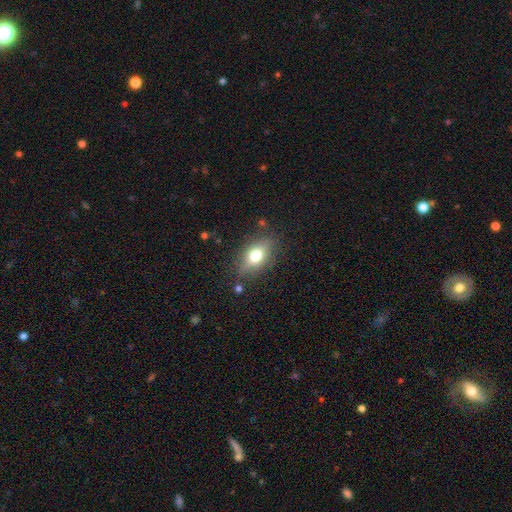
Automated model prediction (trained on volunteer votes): Overall: smooth (69%). How rounded: in between (79%). Merging: none (80%).